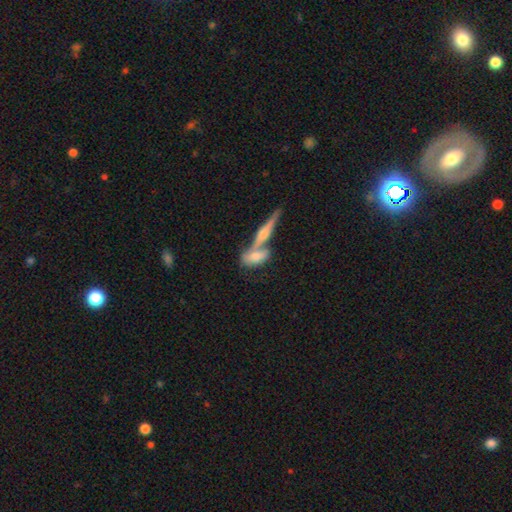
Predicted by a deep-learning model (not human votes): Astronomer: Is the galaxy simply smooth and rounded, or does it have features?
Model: featured or disk — 53% (runner-up: smooth, 36%).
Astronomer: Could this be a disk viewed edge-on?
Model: yes — 80%.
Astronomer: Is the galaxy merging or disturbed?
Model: merger — 48% (runner-up: none, 40%).